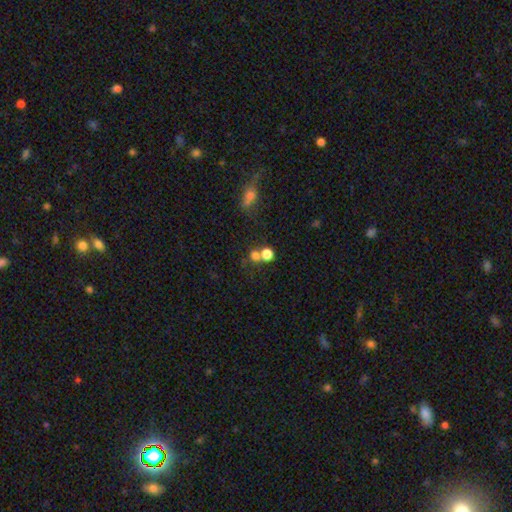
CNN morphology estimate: smooth-or-featured: smooth: 72% | star or artifact: 18% | featured or disk: 10%
  how-rounded: round: 86% | in between: 13% | cigar-shaped: 1%
  merging: none: 51% | merger: 38% | minor disturbance: 7% | major disturbance: 4%